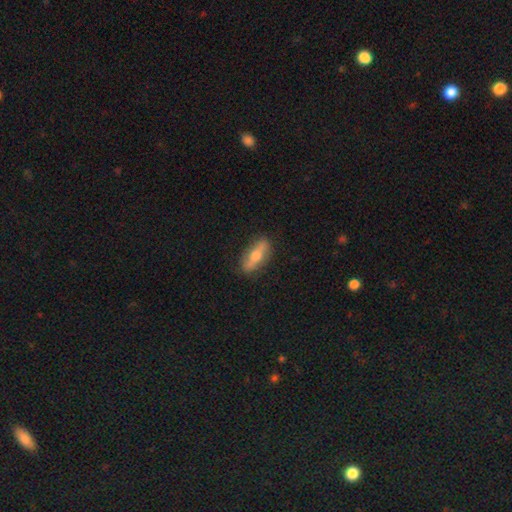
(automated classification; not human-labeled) A smooth galaxy with no disk features (48%).

Vote fractions:
- Smooth or featured? smooth: 48% / featured or disk: 46% / star or artifact: 6%
- Merging? none: 85% / minor disturbance: 11% / major disturbance: 2% / merger: 1%